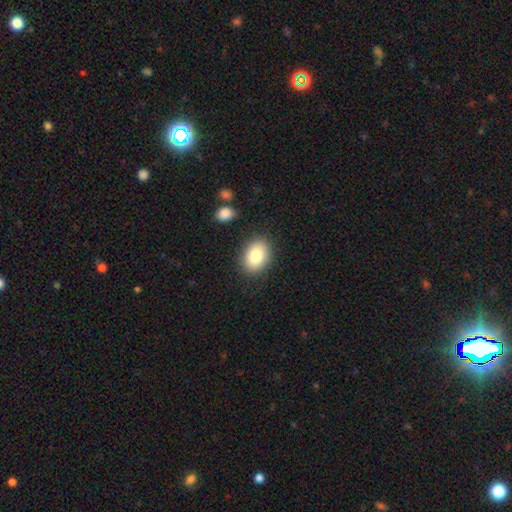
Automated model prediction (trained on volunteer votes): Smooth or featured?
  - smooth: 81% *
  - featured or disk: 10%
  - star or artifact: 8%
How rounded?
  - in between: 74% *
  - round: 25%
  - cigar-shaped: 1%
Merging?
  - none: 85% *
  - minor disturbance: 10%
  - major disturbance: 3%
  - merger: 2%